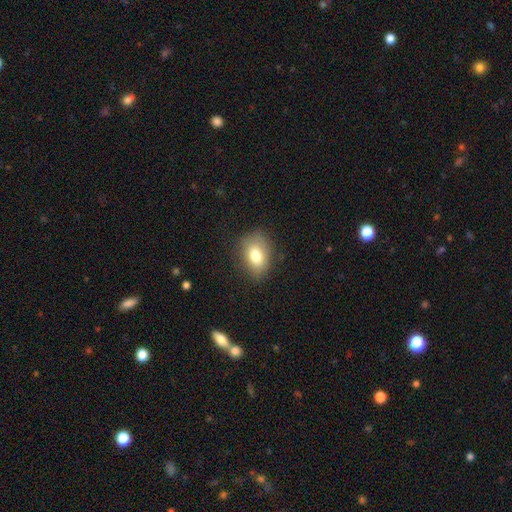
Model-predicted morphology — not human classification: A smooth galaxy with no disk features (77%) that is in between round and cigar-shaped (73%).

Vote fractions:
- Smooth or featured? smooth: 77% / featured or disk: 13% / star or artifact: 10%
- How rounded? in between: 73% / round: 26% / cigar-shaped: 1%
- Merging? none: 80% / minor disturbance: 15% / major disturbance: 4% / merger: 1%